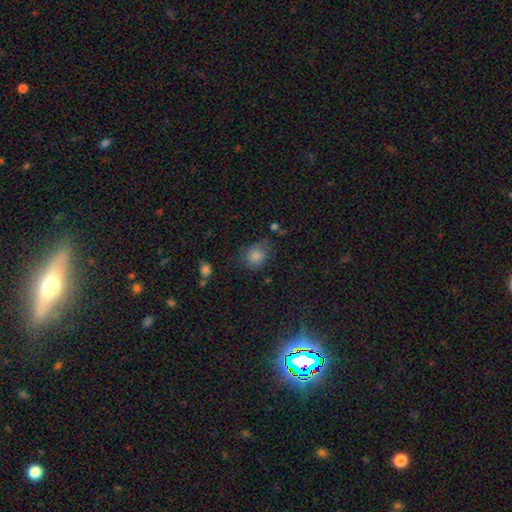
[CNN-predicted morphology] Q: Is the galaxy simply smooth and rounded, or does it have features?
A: smooth — 75%.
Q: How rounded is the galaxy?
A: round — 67%.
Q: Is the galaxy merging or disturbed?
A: none — 66%.